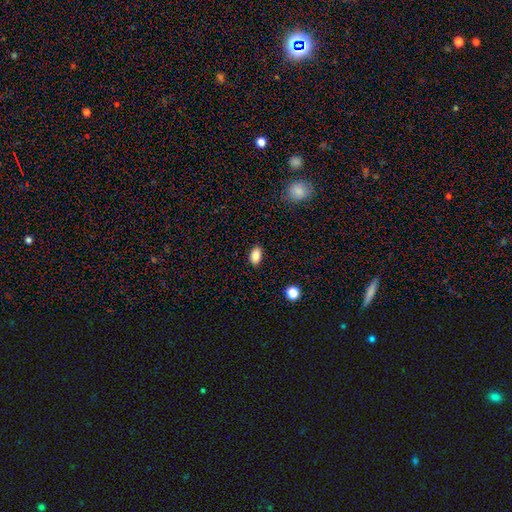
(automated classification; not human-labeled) This appears to be a smooth galaxy with no disk features (86%) that is in between round and cigar-shaped (90%). Merging: none (88%).